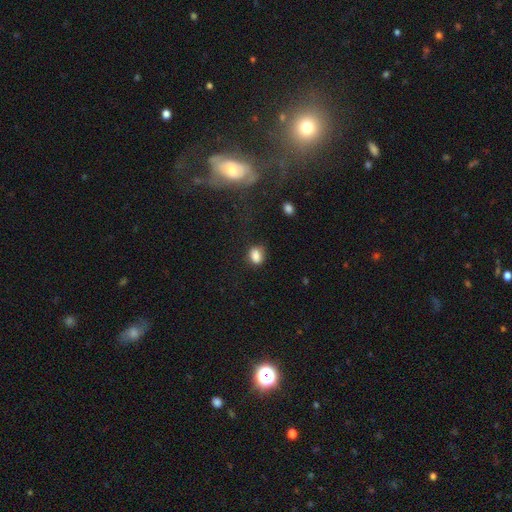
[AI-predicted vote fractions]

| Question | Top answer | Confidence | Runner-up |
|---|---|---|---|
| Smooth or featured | smooth | 83% | star or artifact (10%) |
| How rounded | in between | 63% | round (35%) |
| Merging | none | 67% | minor disturbance (24%) |